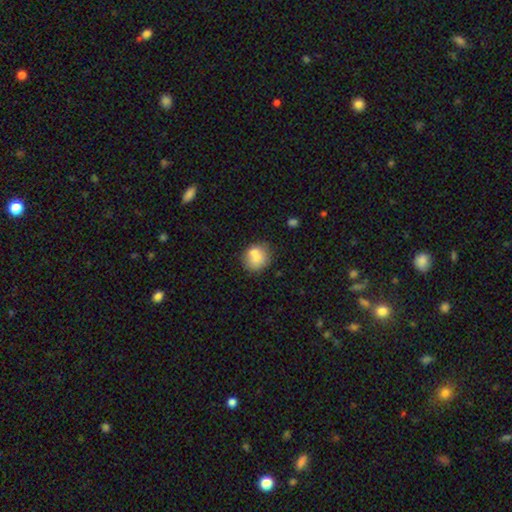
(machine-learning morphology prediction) The model was most divided on "merging": none: 58%, merger: 25%, minor disturbance: 13%, major disturbance: 4%. More confident: how rounded — round (80%); smooth or featured — smooth (73%).